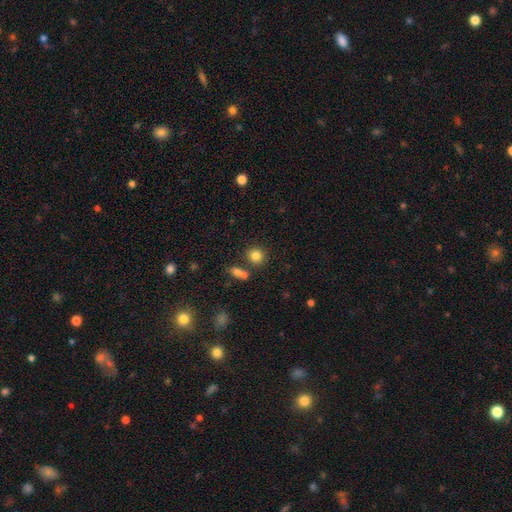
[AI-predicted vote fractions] Smooth or featured?
  - smooth: 82% *
  - star or artifact: 12%
  - featured or disk: 6%
How rounded?
  - round: 88% *
  - in between: 11%
  - cigar-shaped: 1%
Merging?
  - none: 75% *
  - merger: 13%
  - minor disturbance: 8%
  - major disturbance: 3%